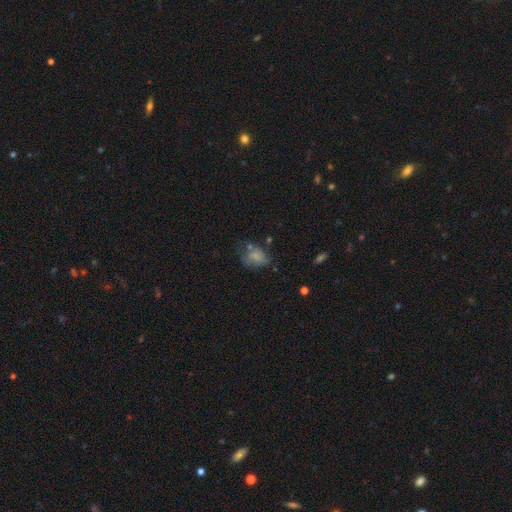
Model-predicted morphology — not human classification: This is likely a smooth galaxy (64%). How rounded: likely in between (74%). Merging: marginally none (35%).